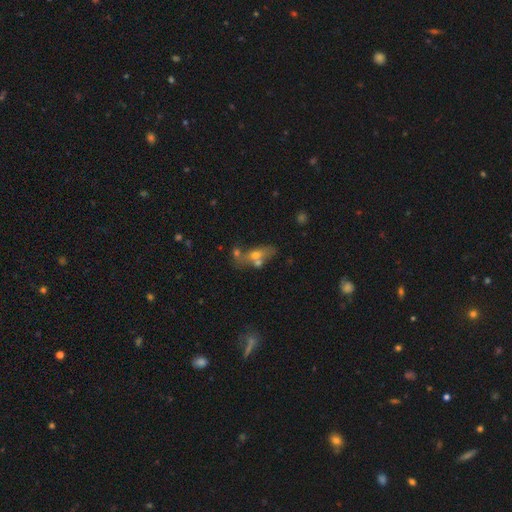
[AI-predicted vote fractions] Smooth or featured? Predicted: smooth (p=0.48). Merging? Predicted: merger (p=0.47).